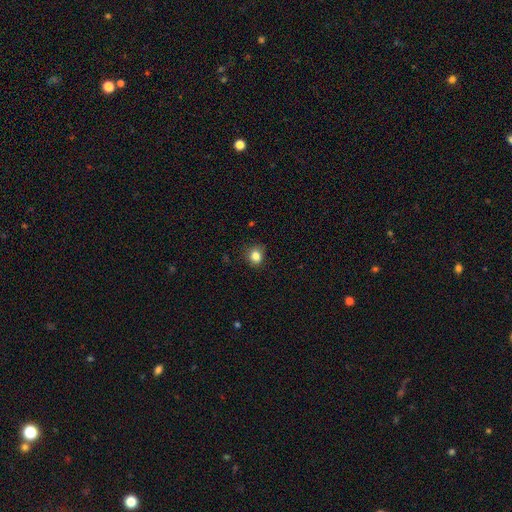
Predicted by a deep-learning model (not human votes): Smooth or featured? Predicted: smooth (p=0.83). How rounded? Predicted: round (p=0.75). Merging? Predicted: none (p=0.79).